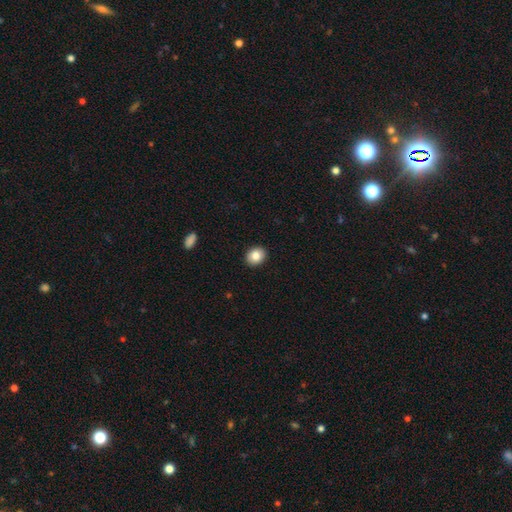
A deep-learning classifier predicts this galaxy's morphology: This is clearly a smooth galaxy (83%). How rounded: possibly round (52%). Merging: clearly none (91%).